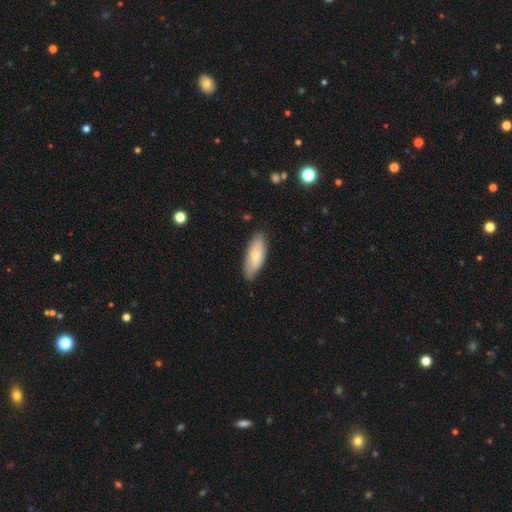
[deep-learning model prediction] smooth-or-featured: smooth: 70% | featured or disk: 24% | star or artifact: 6%
  how-rounded: in between: 75% | cigar-shaped: 23% | round: 2%
  merging: none: 80% | minor disturbance: 16% | major disturbance: 3% | merger: 1%